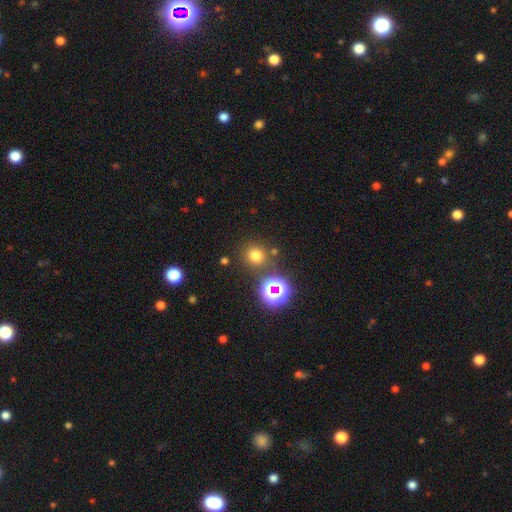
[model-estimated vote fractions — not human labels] A smooth galaxy with no disk features (69%) that is round (91%).

Vote fractions:
- Smooth or featured? smooth: 69% / star or artifact: 24% / featured or disk: 7%
- How rounded? round: 91% / in between: 8% / cigar-shaped: 1%
- Merging? none: 82% / minor disturbance: 8% / merger: 7% / major disturbance: 3%